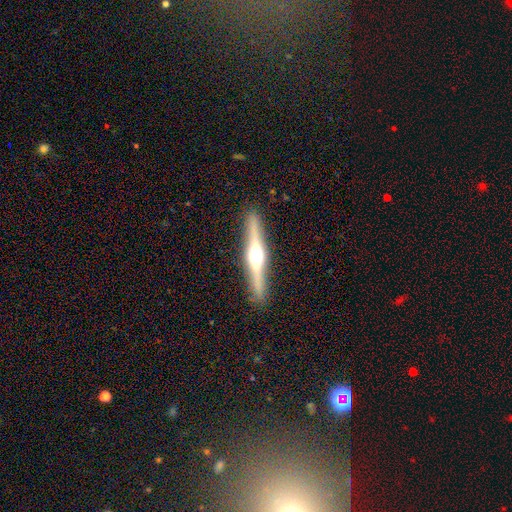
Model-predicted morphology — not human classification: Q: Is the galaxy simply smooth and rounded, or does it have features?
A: featured or disk — 77%.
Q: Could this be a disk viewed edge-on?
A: yes — 97%.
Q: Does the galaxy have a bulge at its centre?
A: rounded — 94%.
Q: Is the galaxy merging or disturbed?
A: none — 91%.